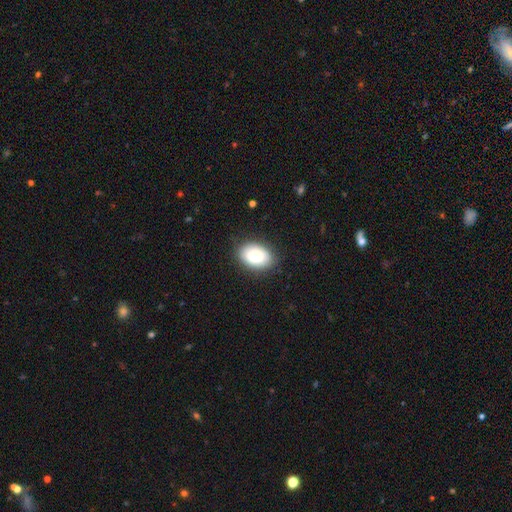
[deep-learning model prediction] This appears to be a smooth galaxy with no disk features (83%) that is in between round and cigar-shaped (87%). Merging: none (84%).